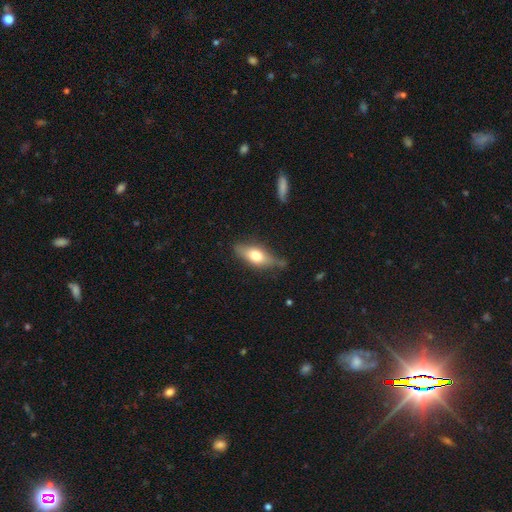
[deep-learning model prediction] Smooth or featured?
  - smooth: 59% *
  - featured or disk: 34%
  - star or artifact: 7%
How rounded?
  - in between: 67% *
  - cigar-shaped: 29%
  - round: 4%
Merging?
  - none: 70% *
  - minor disturbance: 22%
  - major disturbance: 5%
  - merger: 3%